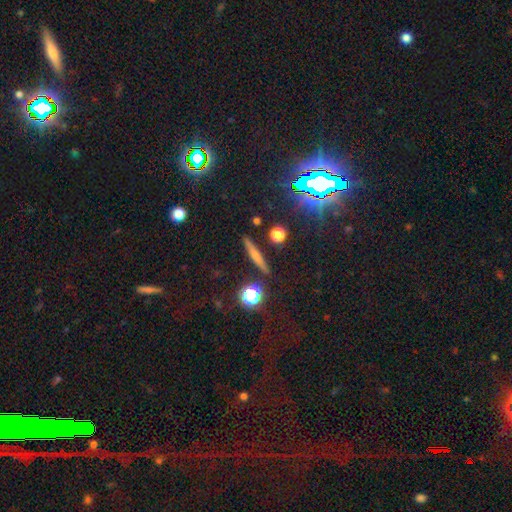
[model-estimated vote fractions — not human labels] Morphology: type=smooth (52%); roundness=cigar-shaped (85%); merging=none (89%).